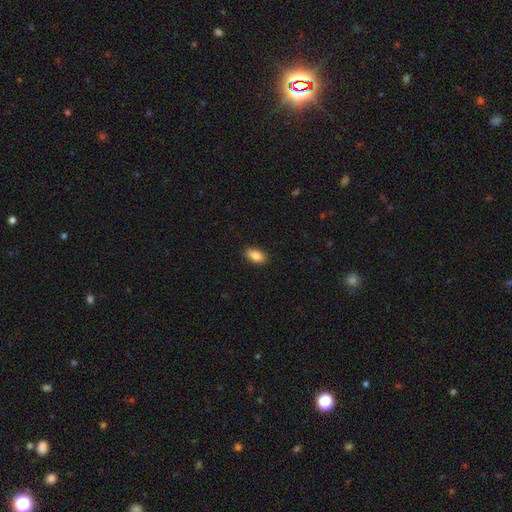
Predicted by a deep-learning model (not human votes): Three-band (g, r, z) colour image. It shows a smooth galaxy with no disk features (86%) that is in between round and cigar-shaped (91%). Merging: none (89%).